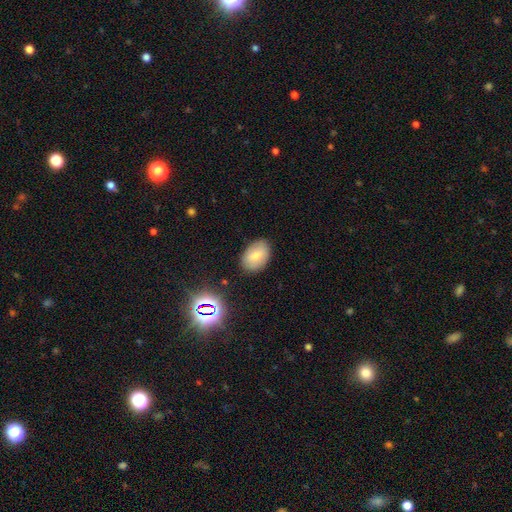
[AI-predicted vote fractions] Smooth or featured: smooth — 73% (featured or disk — 16%)
How rounded: in between — 82% (round — 17%)
Merging: none — 84% (minor disturbance — 12%)